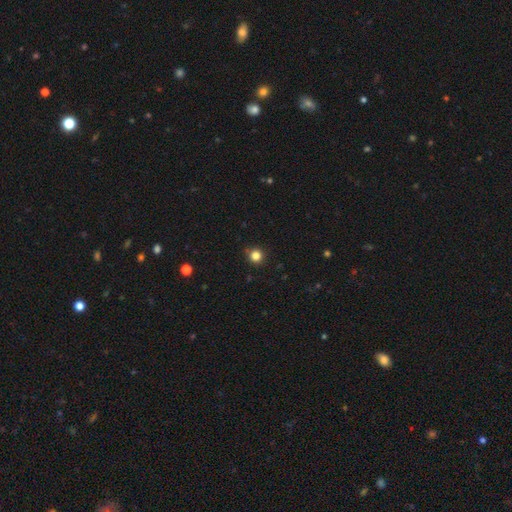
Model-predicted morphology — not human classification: A smooth galaxy with no disk features (83%) that is round (94%). Merging: none (89%).